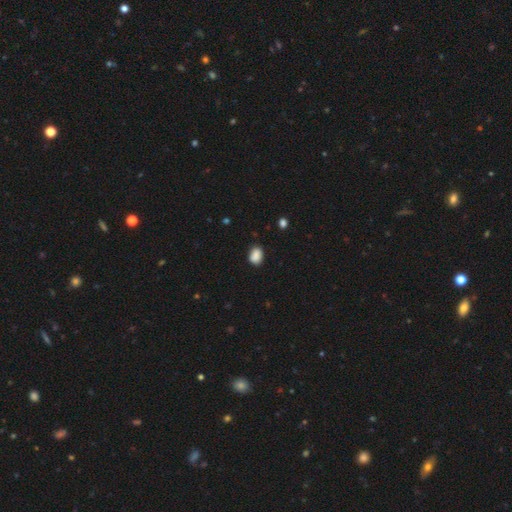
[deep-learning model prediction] Smooth or featured? Predicted: smooth (p=0.87). How rounded? Predicted: in between (p=0.74). Merging? Predicted: none (p=0.79).